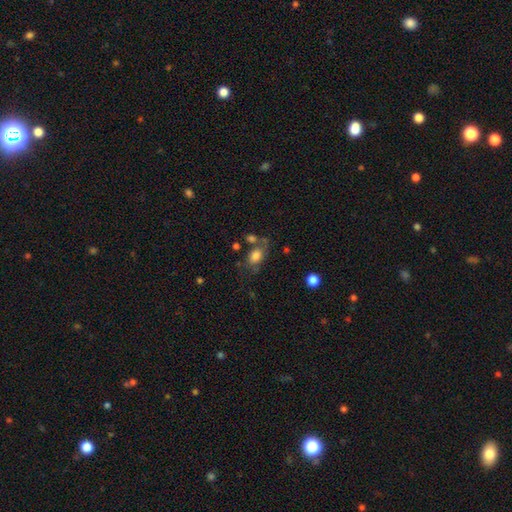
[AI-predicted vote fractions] A smooth galaxy with no disk features (75%) that is in between round and cigar-shaped (79%).

Vote fractions:
- Smooth or featured? smooth: 75% / featured or disk: 16% / star or artifact: 9%
- How rounded? in between: 79% / round: 19% / cigar-shaped: 2%
- Merging? none: 49% / minor disturbance: 21% / merger: 17% / major disturbance: 13%